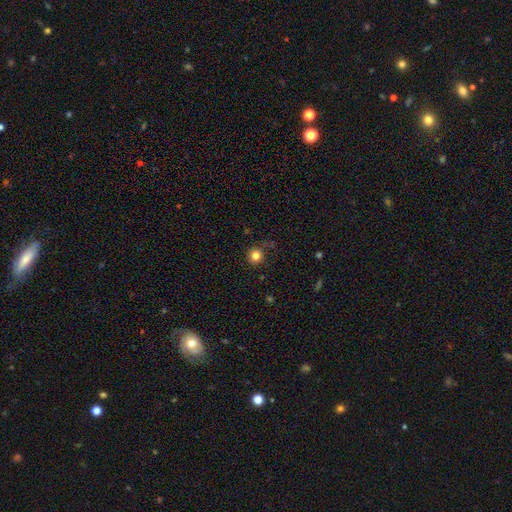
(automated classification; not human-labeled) Q: Smooth or featured?
A: smooth (83%); runner-up: star or artifact (12%)
Q: How rounded?
A: round (94%); runner-up: in between (5%)
Q: Merging?
A: none (87%); runner-up: minor disturbance (9%)